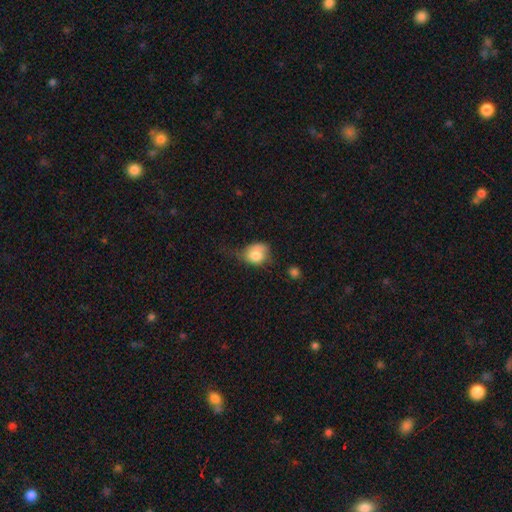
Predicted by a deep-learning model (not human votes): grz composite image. It shows a smooth galaxy with no disk features (77%) that is round (53%). Merging: minor disturbance (40%).